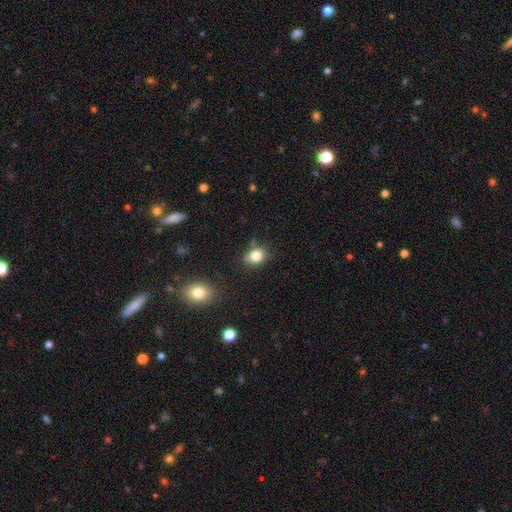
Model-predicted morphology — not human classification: Smooth or featured?
  - smooth: 81% *
  - star or artifact: 11%
  - featured or disk: 8%
How rounded?
  - in between: 51% *
  - round: 47%
  - cigar-shaped: 1%
Merging?
  - none: 72% *
  - minor disturbance: 19%
  - merger: 5%
  - major disturbance: 4%